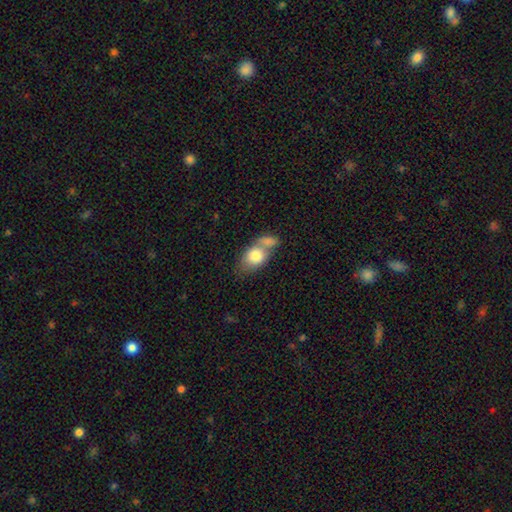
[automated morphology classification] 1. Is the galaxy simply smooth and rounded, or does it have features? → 78% smooth, 16% featured or disk, 7% star or artifact.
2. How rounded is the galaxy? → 75% in between, 23% round, 2% cigar-shaped.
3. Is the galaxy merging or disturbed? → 56% merger, 28% none, 11% minor disturbance, 6% major disturbance.